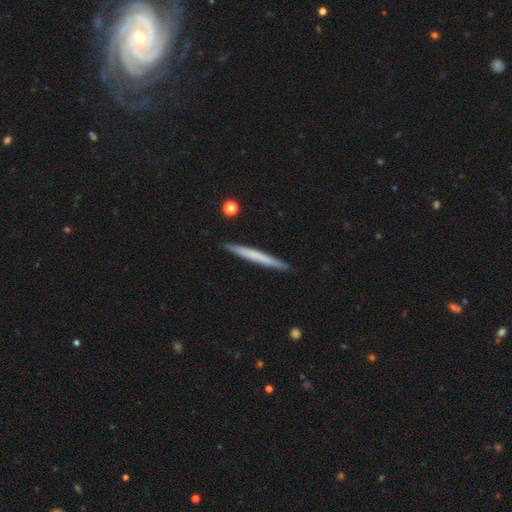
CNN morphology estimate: smooth-or-featured: smooth: 57% | featured or disk: 38% | star or artifact: 5%
  how-rounded: cigar-shaped: 97% | in between: 2% | round: 1%
  merging: none: 91% | minor disturbance: 7% | merger: 1% | major disturbance: 1%